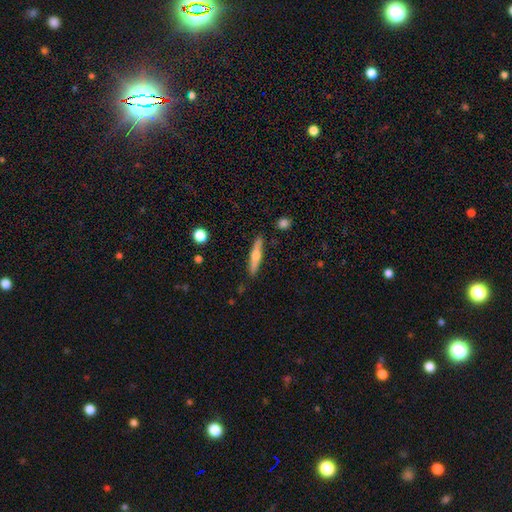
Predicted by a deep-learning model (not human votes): Overall: featured or disk (54%; smooth 40%). Edge-on disk: yes (96%). Edge-on bulge: rounded (88%). Merging: none (88%).